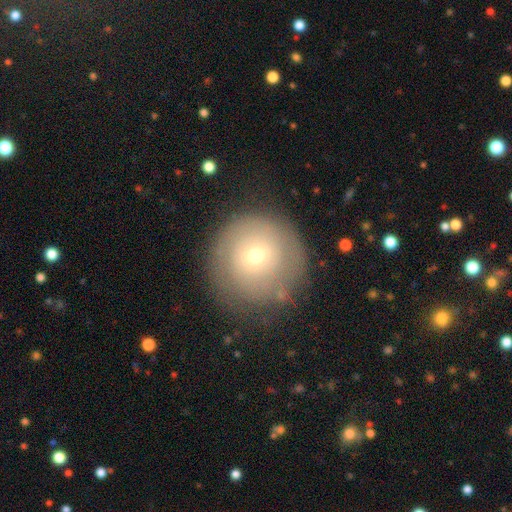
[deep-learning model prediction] Smooth or featured?
  - smooth: 53% *
  - featured or disk: 36%
  - star or artifact: 10%
How rounded?
  - round: 94% *
  - in between: 5%
  - cigar-shaped: 1%
Merging?
  - none: 74% *
  - minor disturbance: 16%
  - major disturbance: 8%
  - merger: 2%